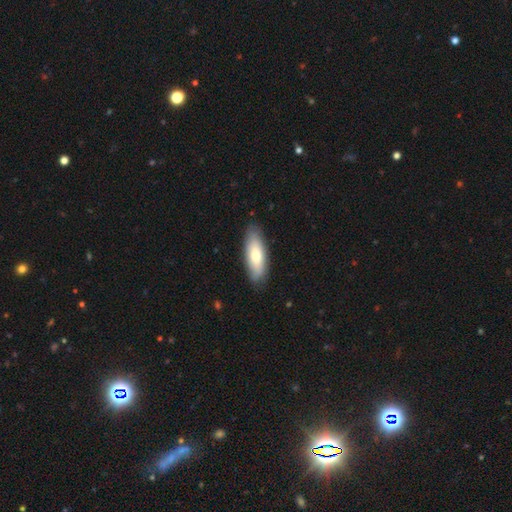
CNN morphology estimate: Smooth or featured: smooth — 69% (featured or disk — 25%)
How rounded: in between — 67% (cigar-shaped — 31%)
Merging: none — 85% (minor disturbance — 12%)